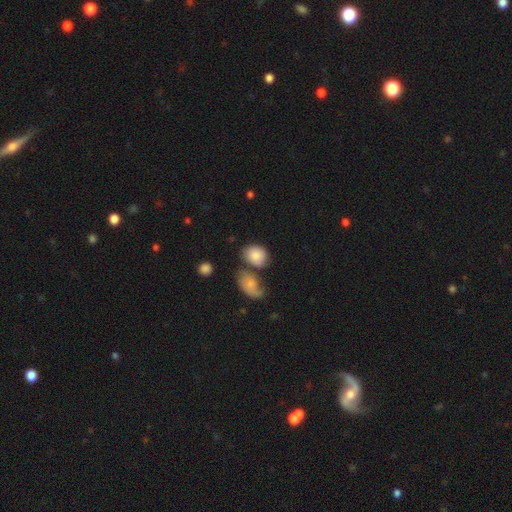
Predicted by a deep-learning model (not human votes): Overall: smooth (80%). How rounded: in between (57%; round 42%). Merging: none (47%; merger 27%).